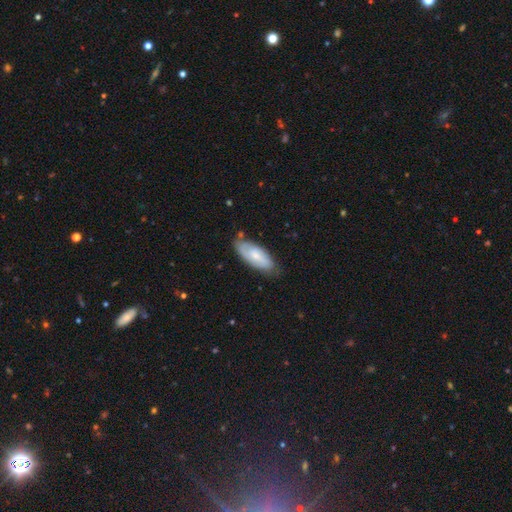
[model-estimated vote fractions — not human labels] A smooth galaxy with no disk features (51%) that is in between round and cigar-shaped (79%). Merging: none (72%).